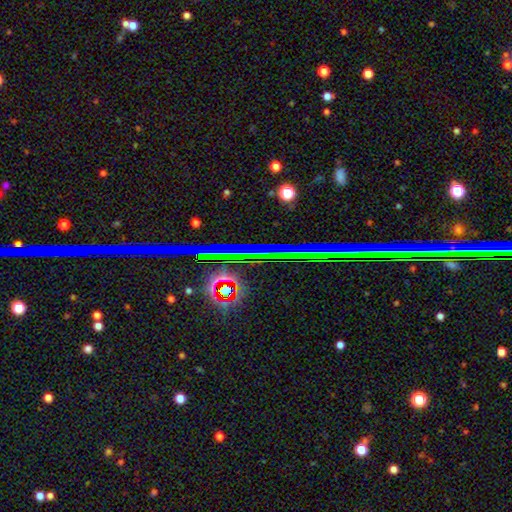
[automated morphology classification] The model was most divided on "smooth or featured": star or artifact: 78%, featured or disk: 12%, smooth: 10%.